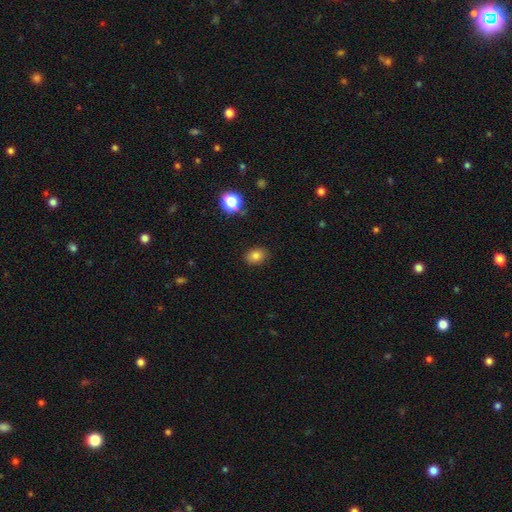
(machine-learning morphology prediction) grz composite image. It shows a smooth galaxy with no disk features (81%) that is in between round and cigar-shaped (64%). Merging: none (87%).